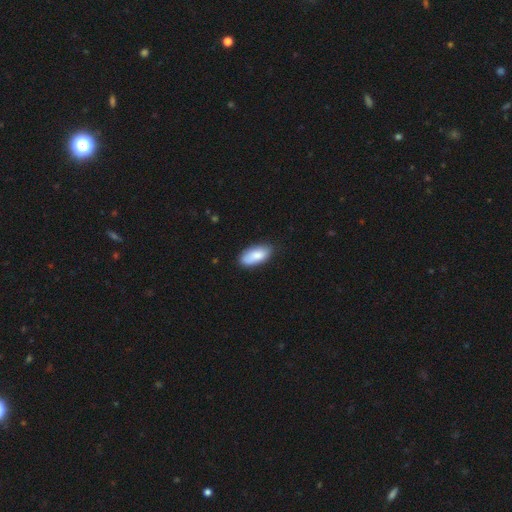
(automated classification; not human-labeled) A smooth galaxy with no disk features (84%) that is in between round and cigar-shaped (90%).

Vote fractions:
- Smooth or featured? smooth: 84% / featured or disk: 10% / star or artifact: 6%
- How rounded? in between: 90% / cigar-shaped: 8% / round: 2%
- Merging? none: 78% / minor disturbance: 18% / major disturbance: 3% / merger: 2%